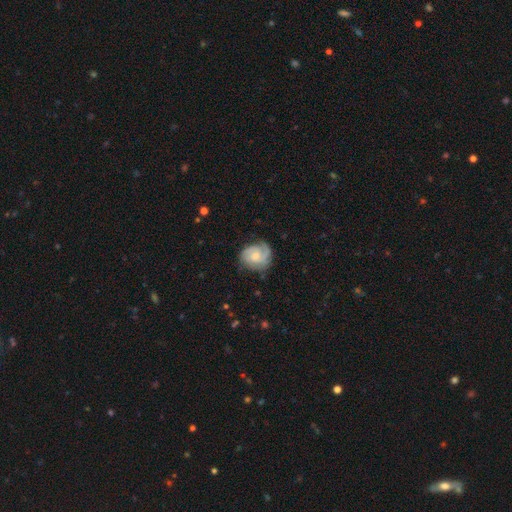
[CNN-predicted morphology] This is likely a featured or disk galaxy (69%). It is clearly not viewed edge-on (98%). Bar: likely no (68%). Spiral arm pattern: clearly yes (92%). Spiral arm count: marginally 2 (43%). Spiral winding: possibly tight (49%). Central bulge: possibly small (45%). Merging: likely none (67%).